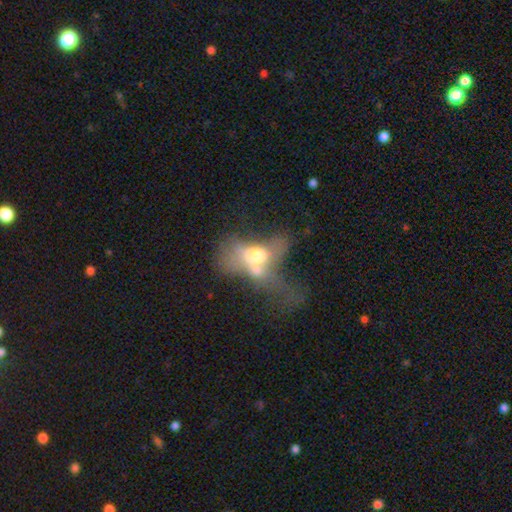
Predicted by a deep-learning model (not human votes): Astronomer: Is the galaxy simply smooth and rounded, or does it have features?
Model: smooth — 50% (runner-up: featured or disk, 39%).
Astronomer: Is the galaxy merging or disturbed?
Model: merger — 55%.